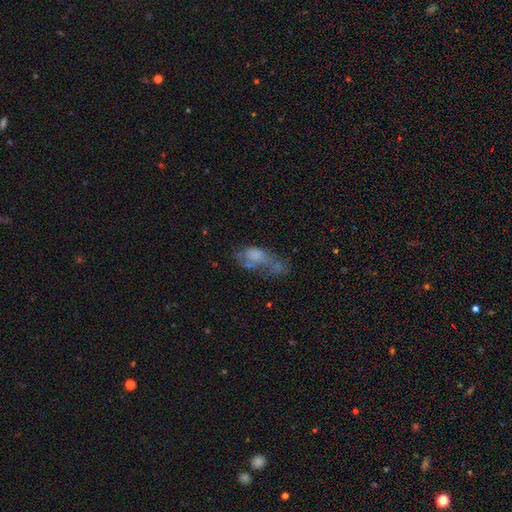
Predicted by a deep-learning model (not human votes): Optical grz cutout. It shows a smooth galaxy with no disk features (50%) that is in between round and cigar-shaped (83%). Merging: major disturbance (44%).